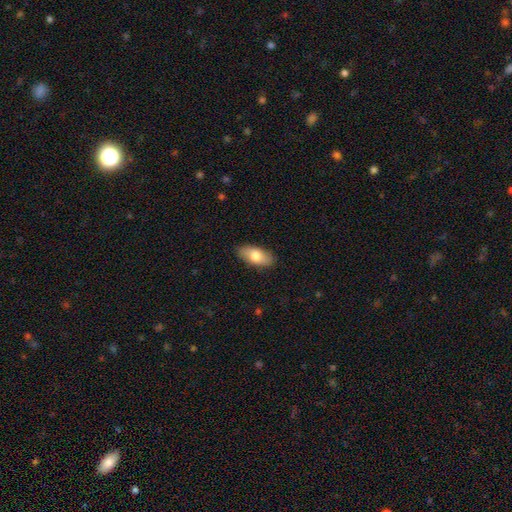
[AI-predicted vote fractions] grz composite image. It shows a smooth galaxy with no disk features (77%) that is in between round and cigar-shaped (88%). Merging: none (87%).